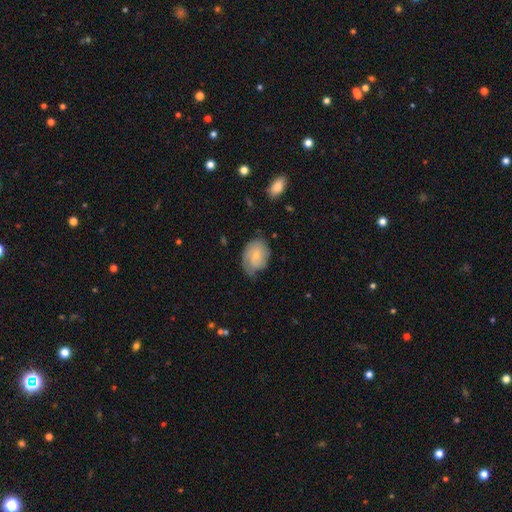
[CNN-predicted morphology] Overall: smooth (52%; featured or disk 41%). How rounded: in between (63%; round 36%). Merging: none (56%; minor disturbance 32%).